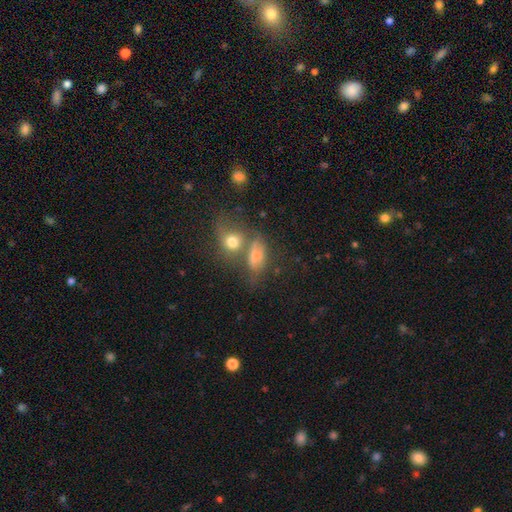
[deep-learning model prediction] Q: Smooth or featured?
A: smooth (68%); runner-up: featured or disk (17%)
Q: How rounded?
A: in between (72%); runner-up: round (21%)
Q: Merging?
A: merger (37%); runner-up: none (35%)